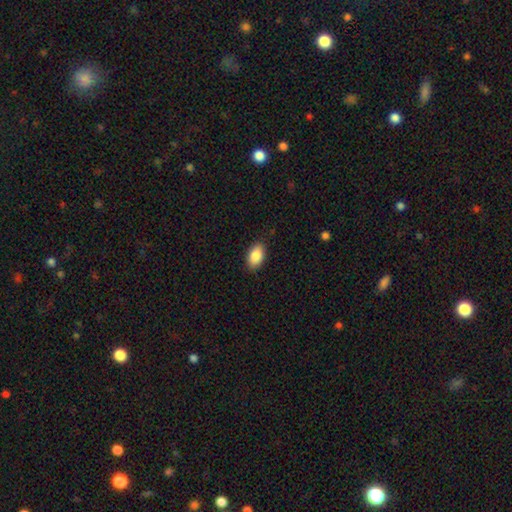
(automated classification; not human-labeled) This is clearly a smooth galaxy (88%). How rounded: clearly in between (93%). Merging: clearly none (89%).